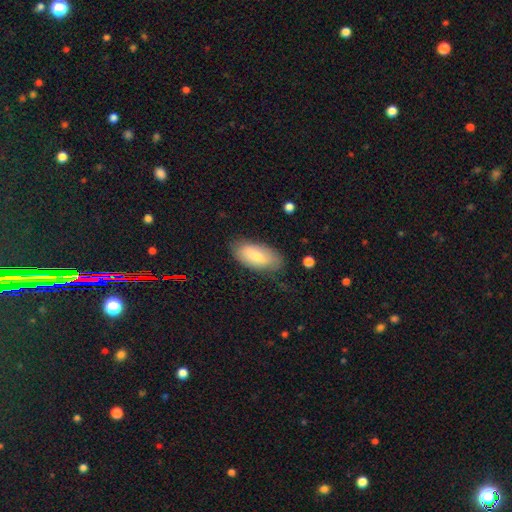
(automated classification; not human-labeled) Smooth or featured?
  - smooth: 74% *
  - featured or disk: 19%
  - star or artifact: 6%
How rounded?
  - in between: 91% *
  - cigar-shaped: 7%
  - round: 2%
Merging?
  - none: 73% *
  - minor disturbance: 20%
  - major disturbance: 5%
  - merger: 2%